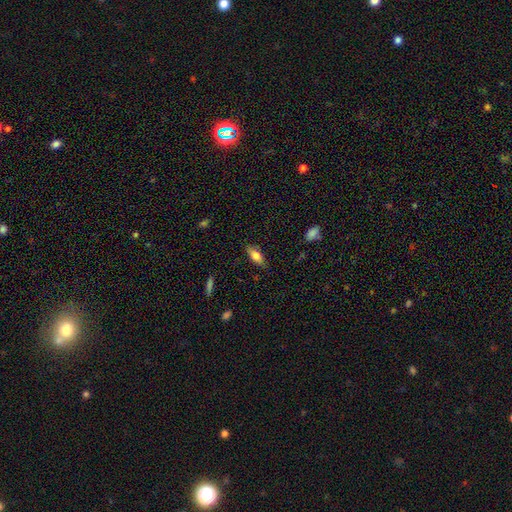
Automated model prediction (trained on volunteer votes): Q: Smooth or featured?
A: smooth (72%); runner-up: featured or disk (21%)
Q: How rounded?
A: in between (74%); runner-up: cigar-shaped (24%)
Q: Merging?
A: none (84%); runner-up: minor disturbance (12%)